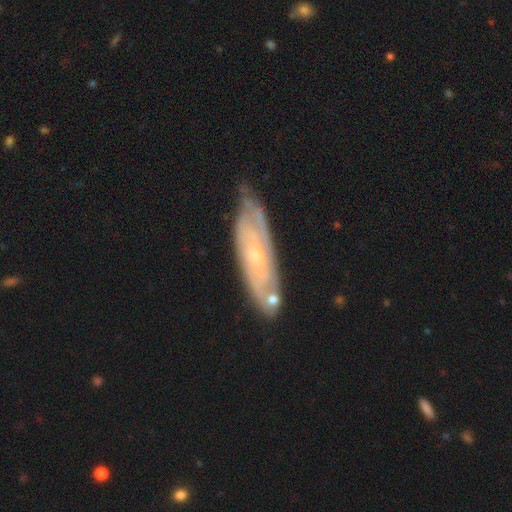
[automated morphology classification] Smooth or featured? featured or disk (75%)
Edge-on disk? no (78%)
Bar? no (71%)
Spiral arms? yes (86%)
Spiral winding? tight (69%)
Spiral arm count? can't tell (60%)
Bulge size? small (76%)
Merging? none (68%)